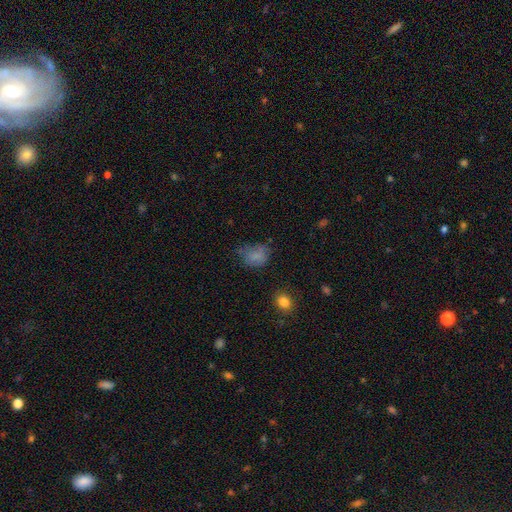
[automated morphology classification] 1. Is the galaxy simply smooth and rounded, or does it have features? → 75% smooth, 13% star or artifact, 12% featured or disk.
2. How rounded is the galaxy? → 52% in between, 47% round, 1% cigar-shaped.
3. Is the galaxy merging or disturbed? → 50% none, 30% minor disturbance, 16% major disturbance, 4% merger.